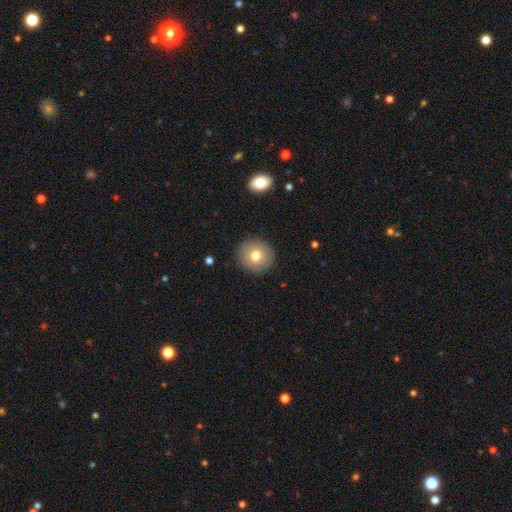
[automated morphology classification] smooth-or-featured: smooth: 75% | featured or disk: 15% | star or artifact: 10%
  how-rounded: round: 92% | in between: 7% | cigar-shaped: 1%
  merging: none: 90% | minor disturbance: 6% | major disturbance: 2% | merger: 1%